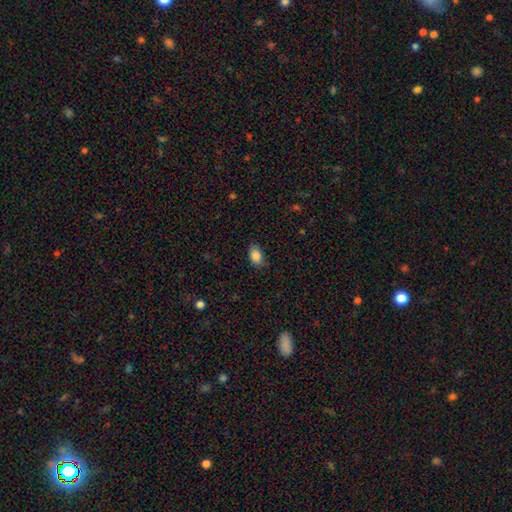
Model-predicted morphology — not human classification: This is clearly a smooth galaxy (86%). How rounded: clearly in between (87%). Merging: clearly none (81%).